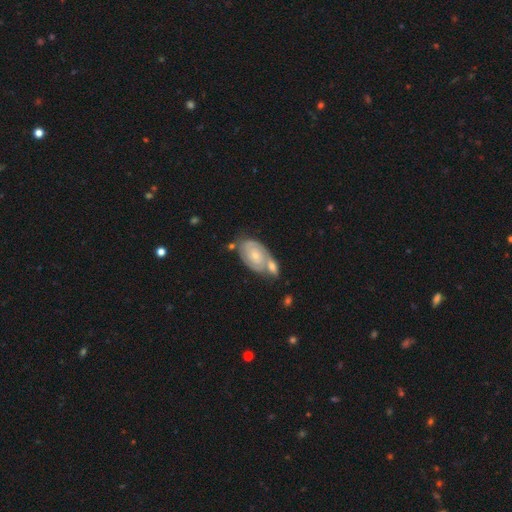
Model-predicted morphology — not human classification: The model was most divided on "merging": merger: 41%, none: 37%, minor disturbance: 15%, major disturbance: 6%. More confident: edge-on disk — no (95%); spiral arms — yes (83%); bar — no (77%); smooth or featured — featured or disk (70%); spiral winding — tight (68%); bulge size — small (60%); spiral arm count — 2 (55%).